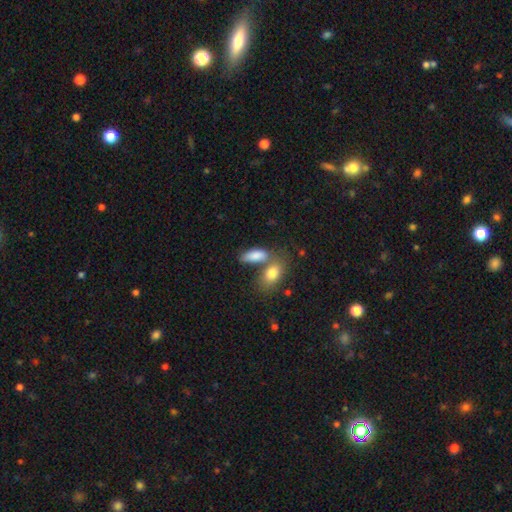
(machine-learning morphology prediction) smooth 84%, featured or disk 9%, star or artifact 7%. Down the decision tree: how rounded — in between (83%); merging — merger (43%).